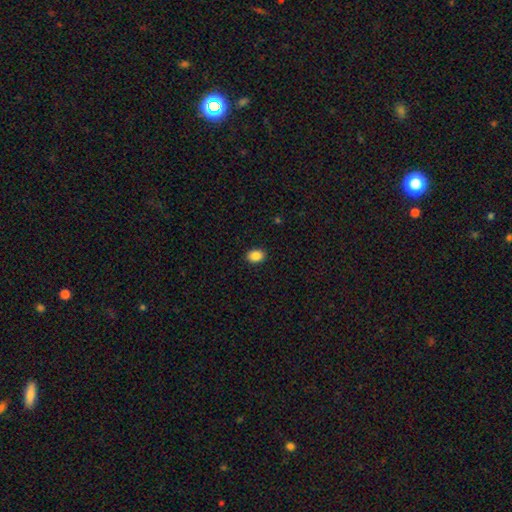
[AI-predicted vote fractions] smooth 87%, star or artifact 9%, featured or disk 5%. Down the decision tree: how rounded — in between (69%); merging — none (91%).